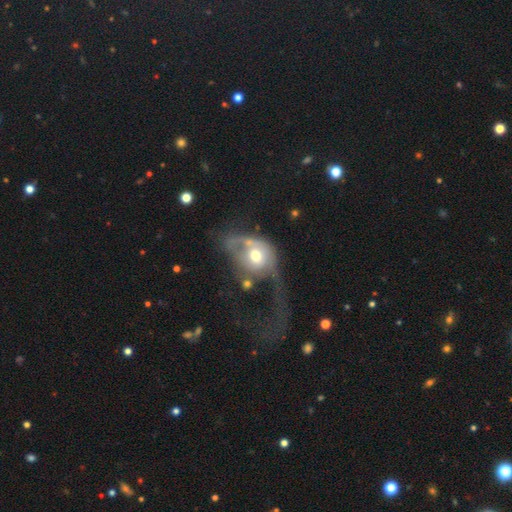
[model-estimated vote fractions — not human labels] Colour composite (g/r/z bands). It shows a smooth galaxy with no disk features (47%). Merging: major disturbance (62%).